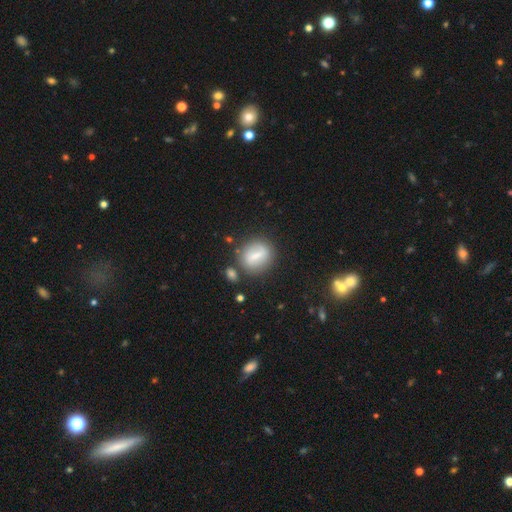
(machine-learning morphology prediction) smooth 55%, featured or disk 36%, star or artifact 8%. Down the decision tree: how rounded — round (53%); merging — none (73%).